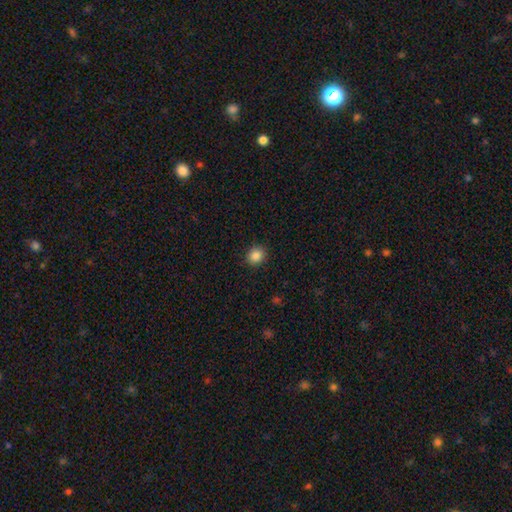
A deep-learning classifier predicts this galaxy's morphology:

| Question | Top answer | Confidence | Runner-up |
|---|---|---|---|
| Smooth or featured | smooth | 87% | star or artifact (10%) |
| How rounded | round | 79% | in between (20%) |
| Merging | none | 90% | minor disturbance (7%) |